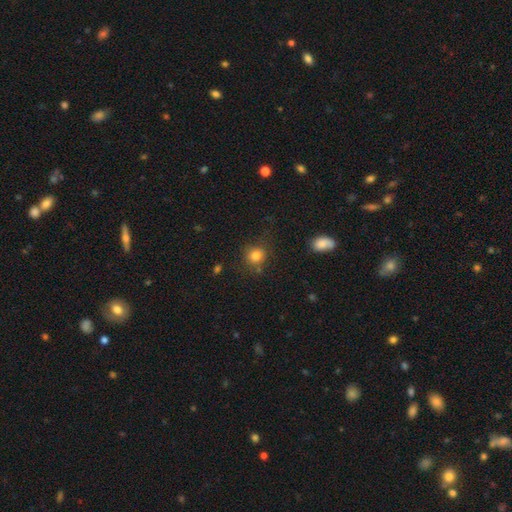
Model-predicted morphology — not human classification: Q: Smooth or featured?
A: smooth (81%); runner-up: star or artifact (12%)
Q: How rounded?
A: round (84%); runner-up: in between (15%)
Q: Merging?
A: none (76%); runner-up: minor disturbance (14%)